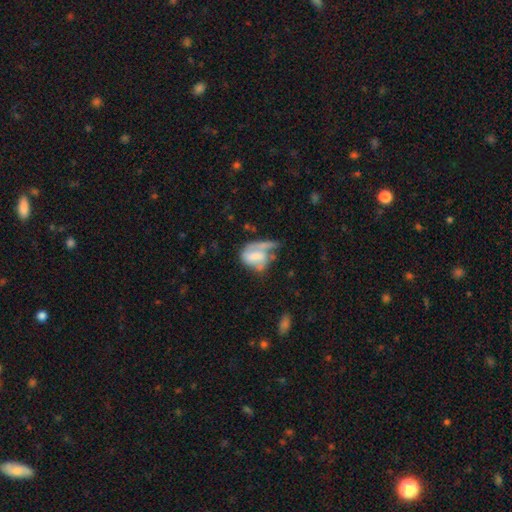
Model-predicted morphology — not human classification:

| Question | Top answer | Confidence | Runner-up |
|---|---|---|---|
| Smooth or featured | featured or disk | 49% | smooth (43%) |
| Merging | major disturbance | 41% | minor disturbance (25%) |